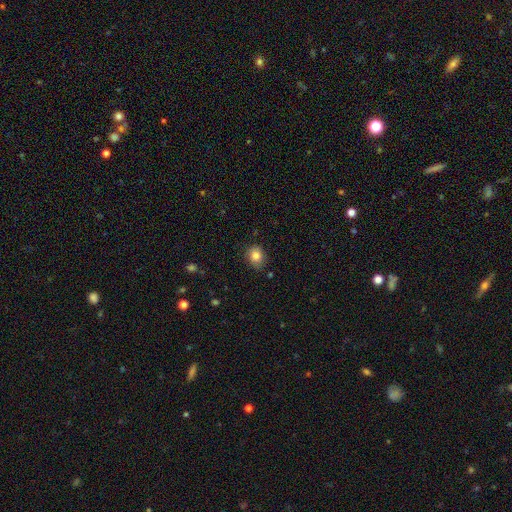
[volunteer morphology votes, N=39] Smooth or featured? smooth (87%)
How rounded? round (65%)
Merging? none (81%)